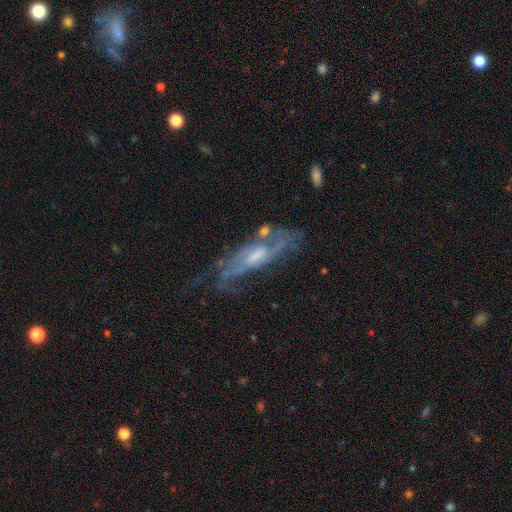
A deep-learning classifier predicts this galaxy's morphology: Overall: featured or disk (79%). Edge-on disk: no (77%). Bar: weak (45%; no 42%). Spiral arms: yes (85%). Spiral arm count: 2 (46%; can't tell 35%). Spiral winding: medium (45%; tight 29%). Bulge size: moderate (46%; small 34%). Merging: none (49%; minor disturbance 23%).